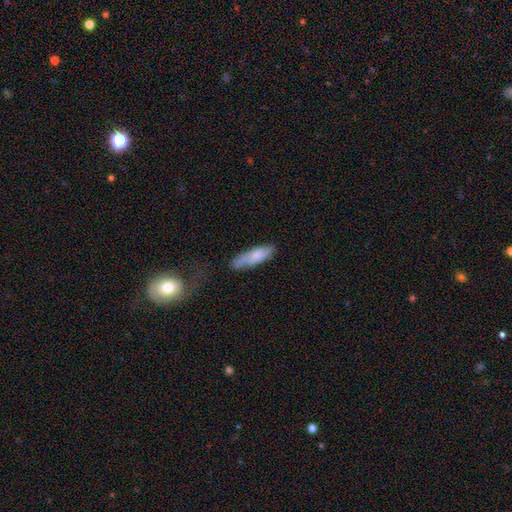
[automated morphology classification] Smooth or featured: smooth — 64% (featured or disk — 29%)
How rounded: cigar-shaped — 53% (in between — 45%)
Merging: none — 58% (minor disturbance — 28%)